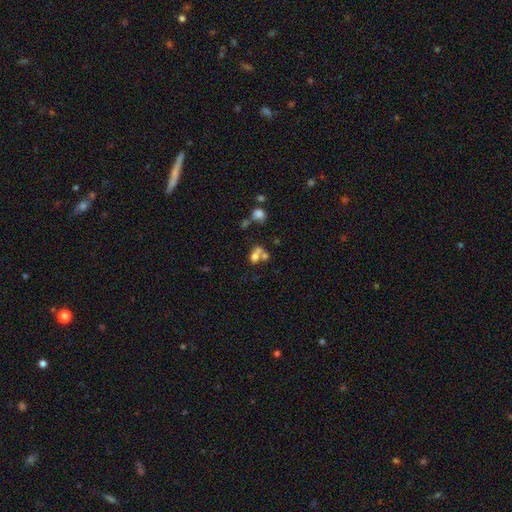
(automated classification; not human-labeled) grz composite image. It shows a smooth galaxy with no disk features (63%) that is round (54%). Merging: merger (58%).